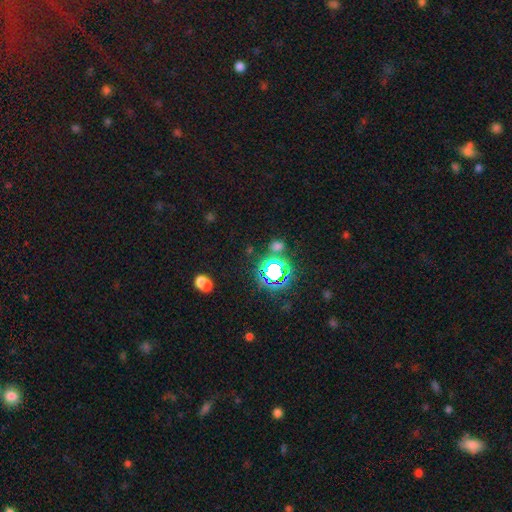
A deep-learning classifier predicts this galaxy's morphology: Q: Smooth or featured?
A: star or artifact (74%); runner-up: smooth (19%)